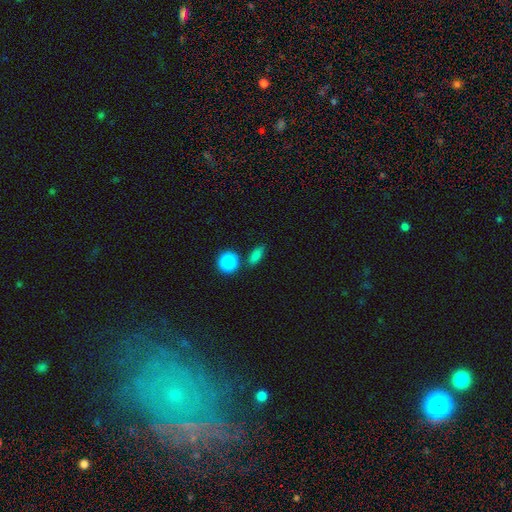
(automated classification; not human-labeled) Smooth or featured? Predicted: smooth (p=0.82). How rounded? Predicted: in between (p=0.56). Merging? Predicted: none (p=0.72).